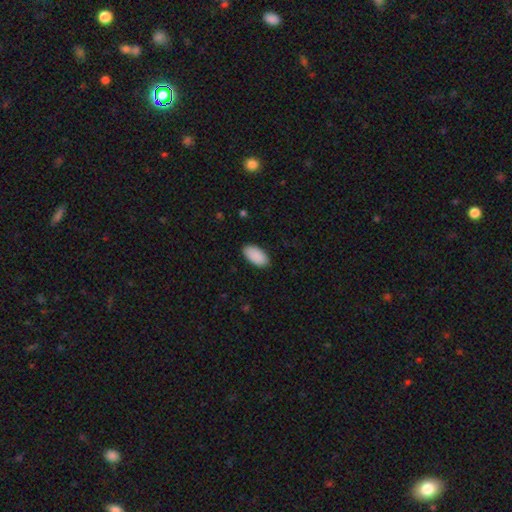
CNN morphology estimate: This appears to be a smooth galaxy with no disk features (91%) that is in between round and cigar-shaped (96%). Merging: none (89%).